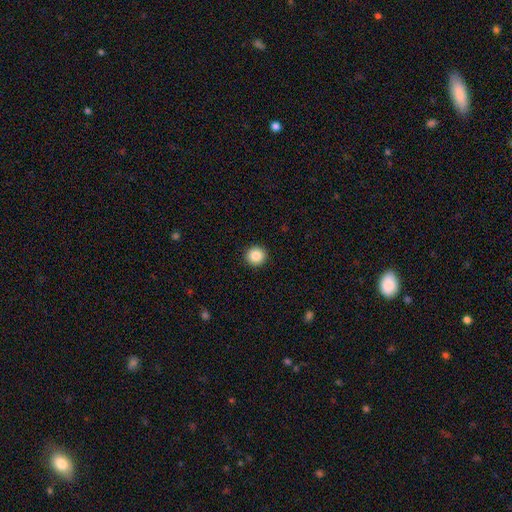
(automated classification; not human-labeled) Smooth or featured?
  - smooth: 87% *
  - star or artifact: 9%
  - featured or disk: 4%
How rounded?
  - round: 95% *
  - in between: 4%
  - cigar-shaped: 1%
Merging?
  - none: 93% *
  - minor disturbance: 4%
  - major disturbance: 2%
  - merger: 1%